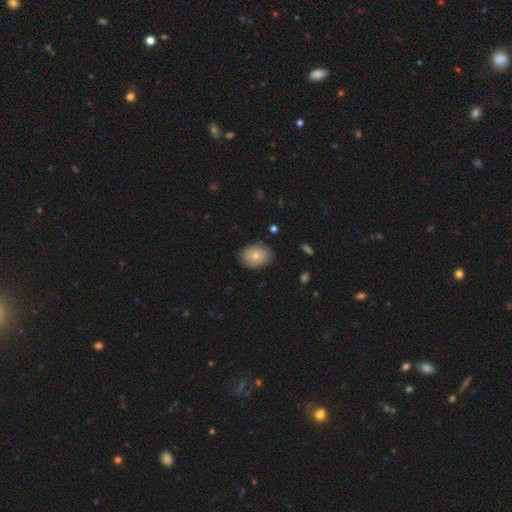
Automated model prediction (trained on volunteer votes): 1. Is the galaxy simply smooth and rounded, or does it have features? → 79% smooth, 13% featured or disk, 8% star or artifact.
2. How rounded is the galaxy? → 61% in between, 38% round, 1% cigar-shaped.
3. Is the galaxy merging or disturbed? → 86% none, 11% minor disturbance, 2% major disturbance, 1% merger.